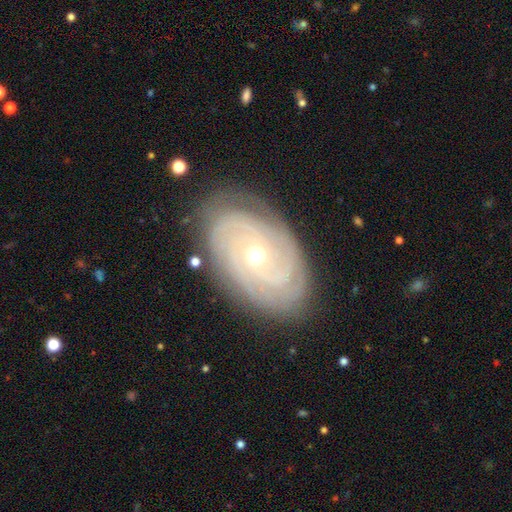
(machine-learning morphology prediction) type=featured or disk (87%); edge-on=no (96%); bar=no (70%); spiral arms=yes (96%); winding=tight (81%); arm count=can't tell (26%); bulge=moderate (62%); merging=none (83%).